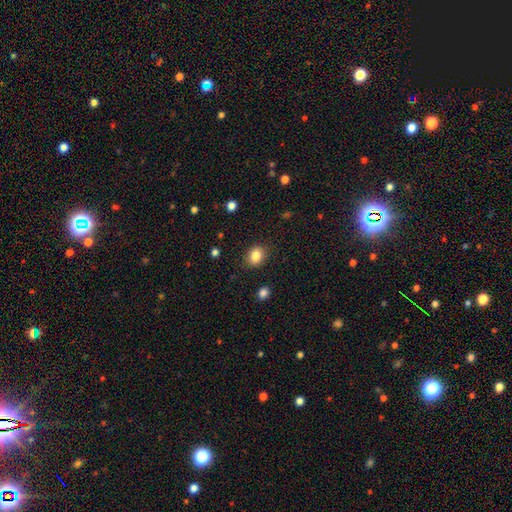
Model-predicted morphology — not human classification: The model was most divided on "how rounded": in between: 50%, round: 49%, cigar-shaped: 1%. More confident: merging — none (86%); smooth or featured — smooth (84%).